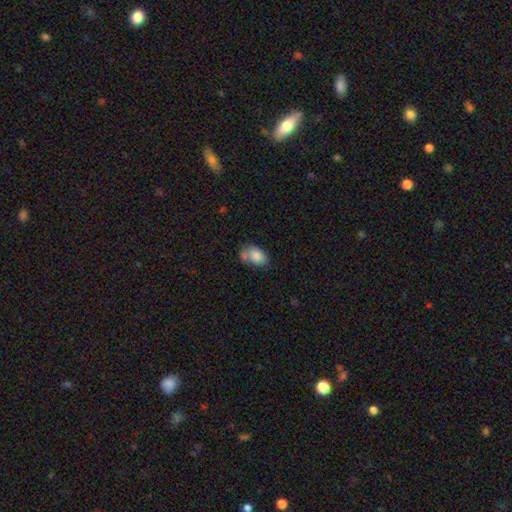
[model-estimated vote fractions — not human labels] The model was most divided on "merging": none: 44%, minor disturbance: 25%, merger: 19%, major disturbance: 11%. More confident: how rounded — in between (87%); smooth or featured — smooth (81%).